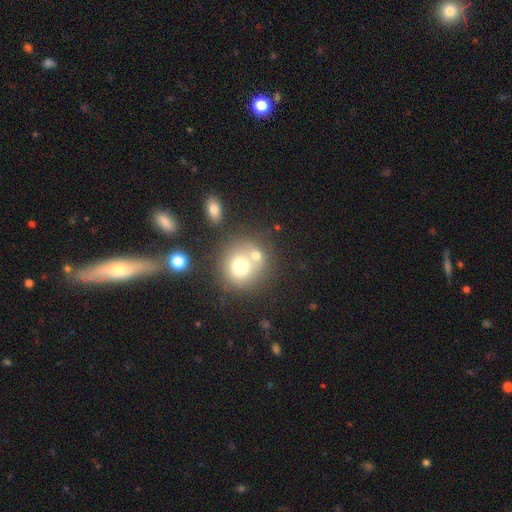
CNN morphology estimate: A smooth galaxy with no disk features (69%) that is round (82%).

Vote fractions:
- Smooth or featured? smooth: 69% / featured or disk: 18% / star or artifact: 13%
- How rounded? round: 82% / in between: 17% / cigar-shaped: 1%
- Merging? merger: 46% / none: 40% / minor disturbance: 9% / major disturbance: 5%